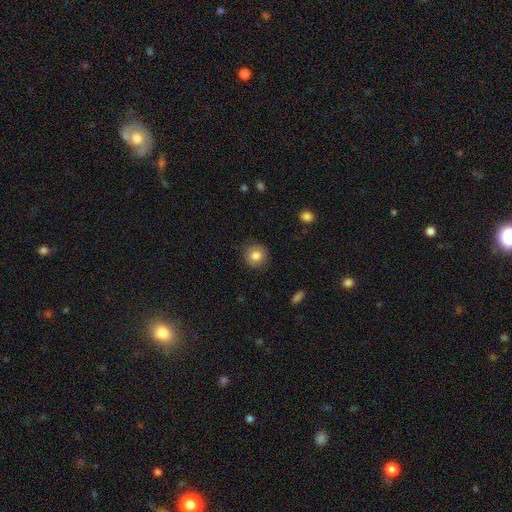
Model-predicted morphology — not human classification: The model was most divided on "smooth or featured": smooth: 82%, star or artifact: 9%, featured or disk: 9%. More confident: how rounded — round (92%); merging — none (87%).